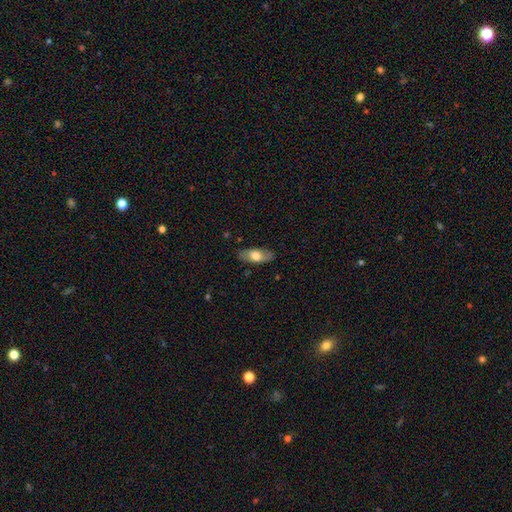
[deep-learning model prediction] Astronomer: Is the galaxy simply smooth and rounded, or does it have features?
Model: smooth — 64%.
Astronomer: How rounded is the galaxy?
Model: in between — 83%.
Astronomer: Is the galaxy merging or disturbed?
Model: none — 83%.